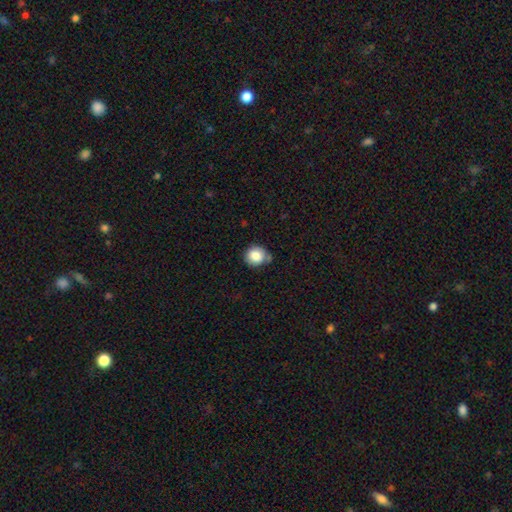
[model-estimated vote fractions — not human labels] smooth 84%, star or artifact 9%, featured or disk 7%. Down the decision tree: how rounded — round (89%); merging — none (69%).